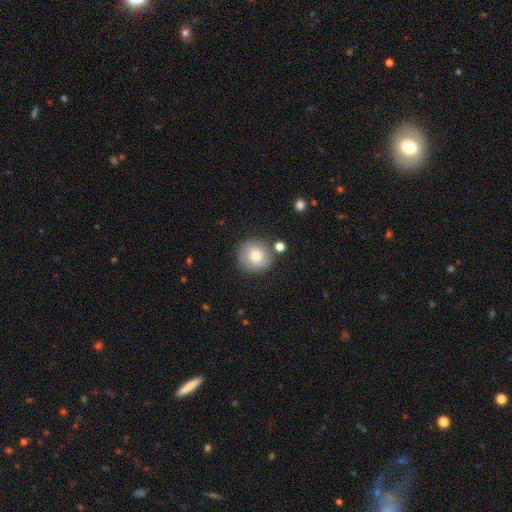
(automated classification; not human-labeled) smooth 75%, featured or disk 17%, star or artifact 8%. Down the decision tree: how rounded — round (92%); merging — none (78%).